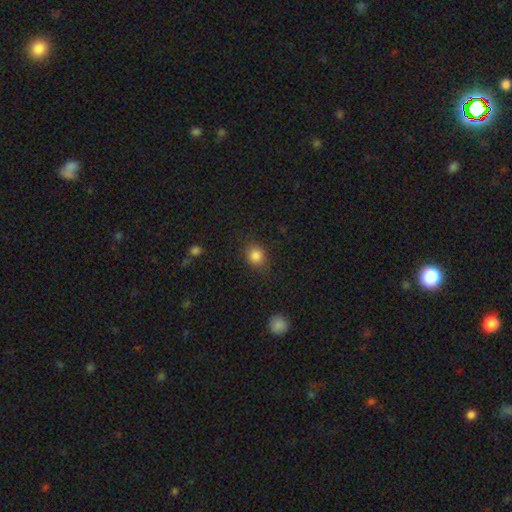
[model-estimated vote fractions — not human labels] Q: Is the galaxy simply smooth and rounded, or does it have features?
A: smooth — 84%.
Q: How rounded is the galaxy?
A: round — 76%.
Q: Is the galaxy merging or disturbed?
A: none — 81%.